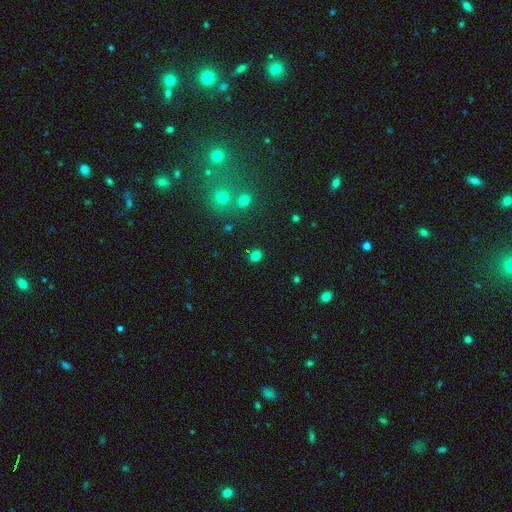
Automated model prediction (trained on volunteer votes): smooth-or-featured: smooth: 78% | star or artifact: 18% | featured or disk: 5%
  how-rounded: round: 81% | in between: 18% | cigar-shaped: 1%
  merging: none: 86% | minor disturbance: 8% | merger: 3% | major disturbance: 3%